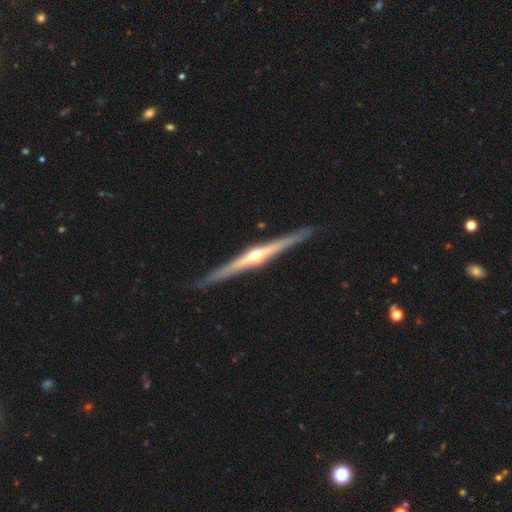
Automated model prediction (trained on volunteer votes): Overall: featured or disk (82%). Edge-on disk: yes (98%). Edge-on bulge: rounded (91%). Merging: none (90%).